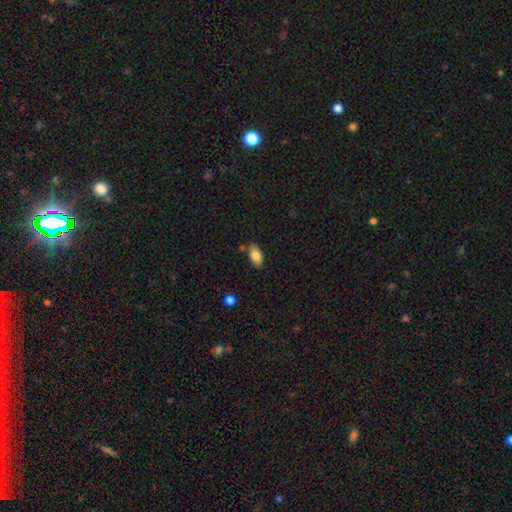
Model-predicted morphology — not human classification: Smooth or featured? Predicted: smooth (p=0.81). How rounded? Predicted: in between (p=0.92). Merging? Predicted: none (p=0.81).